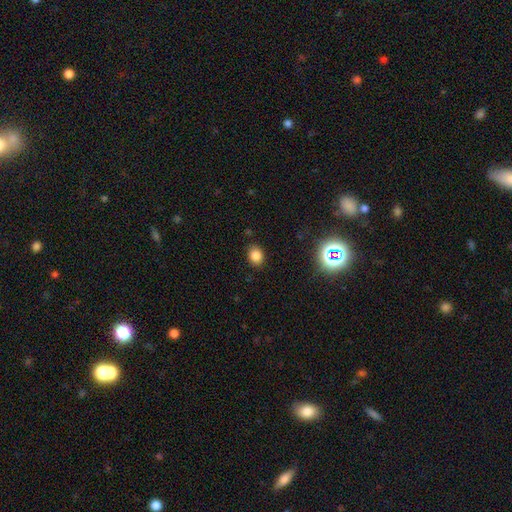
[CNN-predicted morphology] Q: Smooth or featured?
A: smooth (82%); runner-up: star or artifact (13%)
Q: How rounded?
A: round (51%); runner-up: in between (48%)
Q: Merging?
A: none (87%); runner-up: minor disturbance (9%)